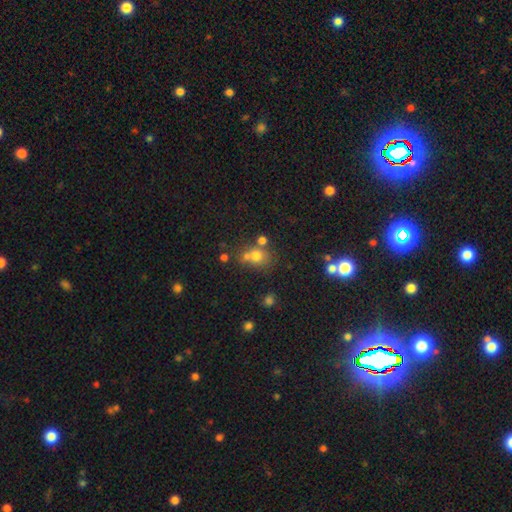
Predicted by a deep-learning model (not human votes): Smooth or featured: smooth — 66% (star or artifact — 20%)
How rounded: round — 74% (in between — 25%)
Merging: none — 47% (merger — 35%)